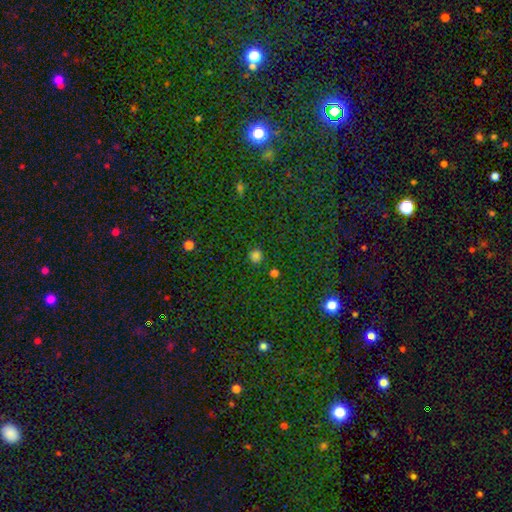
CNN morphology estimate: smooth-or-featured: smooth: 78% | star or artifact: 18% | featured or disk: 4%
  how-rounded: round: 90% | in between: 9% | cigar-shaped: 1%
  merging: none: 88% | minor disturbance: 8% | major disturbance: 3% | merger: 2%